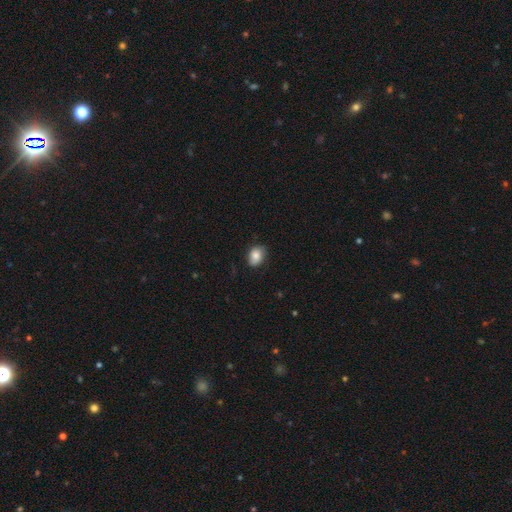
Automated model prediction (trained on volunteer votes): This is clearly a smooth galaxy (83%). How rounded: likely in between (69%). Merging: likely none (78%).